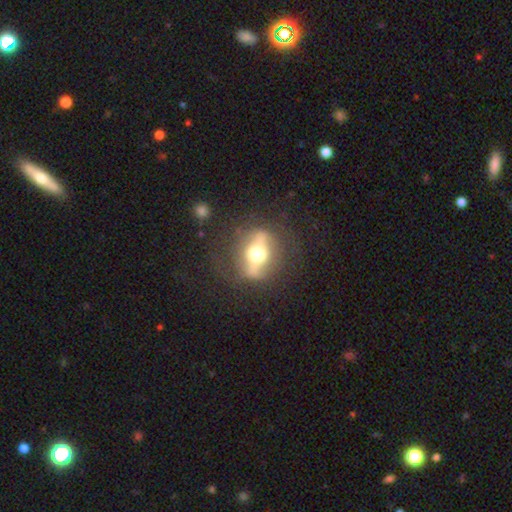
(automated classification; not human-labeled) Smooth or featured?
  - featured or disk: 69% *
  - smooth: 23%
  - star or artifact: 8%
Edge-on disk?
  - yes: 53% *
  - no: 47%
Merging?
  - none: 76% *
  - minor disturbance: 13%
  - major disturbance: 9%
  - merger: 2%